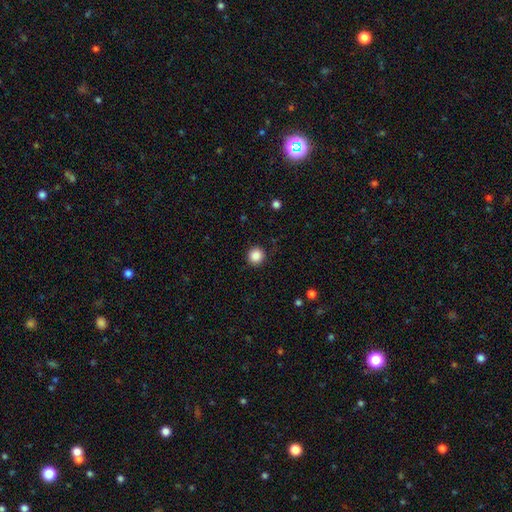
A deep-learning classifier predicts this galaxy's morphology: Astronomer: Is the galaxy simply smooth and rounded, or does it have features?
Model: smooth — 87%.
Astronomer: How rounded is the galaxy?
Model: round — 94%.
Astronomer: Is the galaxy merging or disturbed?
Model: none — 90%.